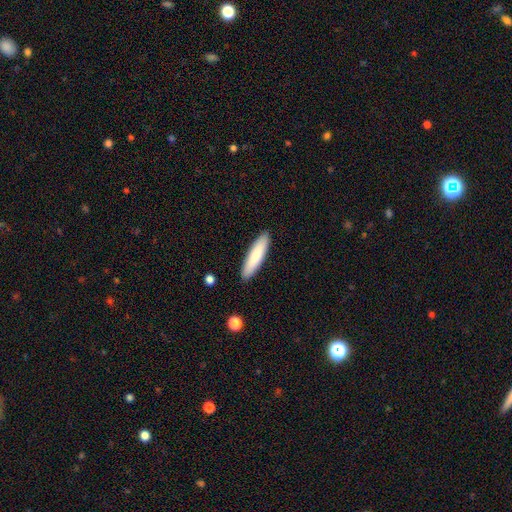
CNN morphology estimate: The model was most divided on "how rounded": cigar-shaped: 75%, in between: 24%, round: 1%. More confident: merging — none (90%); smooth or featured — smooth (83%).